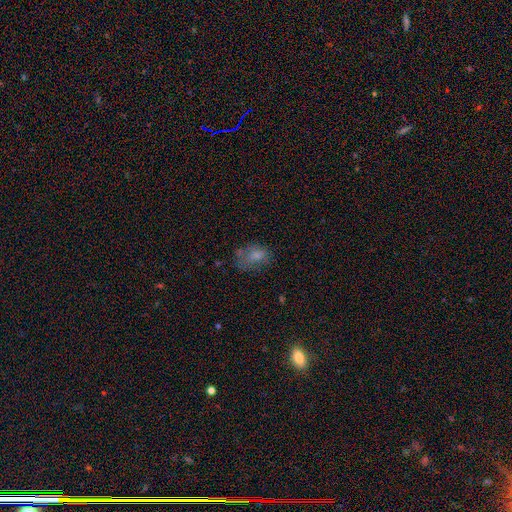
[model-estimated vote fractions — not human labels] A smooth galaxy with no disk features (70%) that is in between round and cigar-shaped (75%). Merging: none (43%).